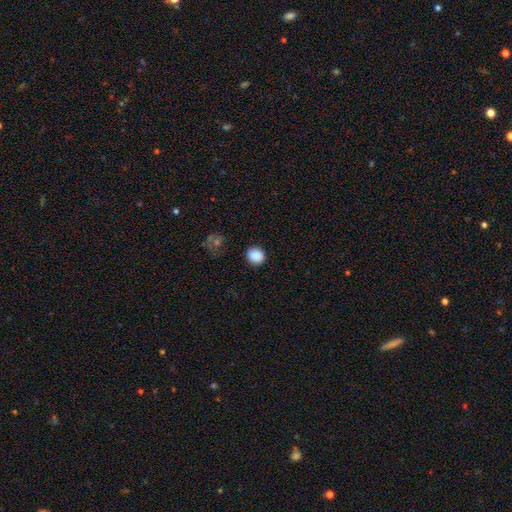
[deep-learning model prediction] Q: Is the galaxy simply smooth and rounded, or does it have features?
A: smooth — 87%.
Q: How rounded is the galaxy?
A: round — 84%.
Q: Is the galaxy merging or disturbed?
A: none — 87%.